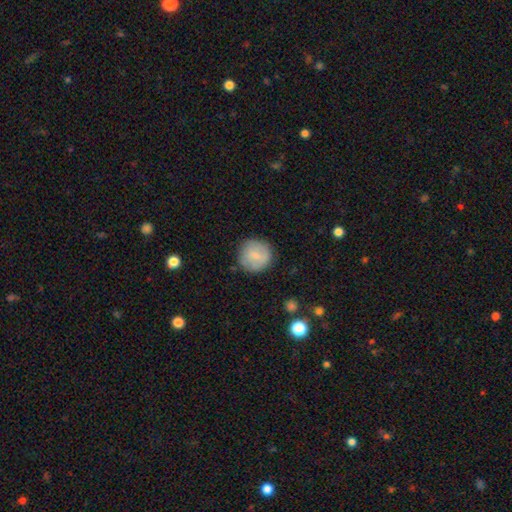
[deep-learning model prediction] A smooth galaxy with no disk features (76%) that is round (93%). Merging: none (82%).